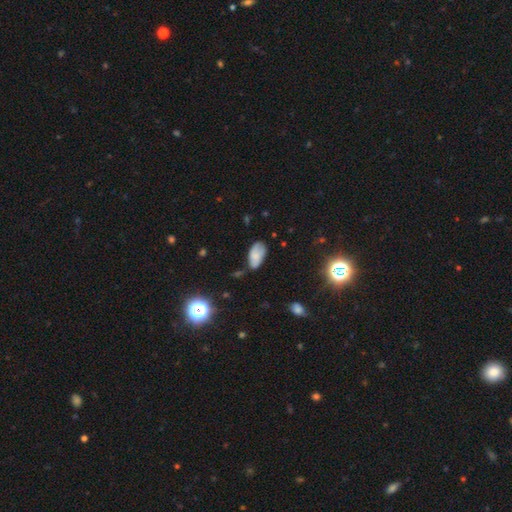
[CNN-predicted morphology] A smooth galaxy with no disk features (67%) that is in between round and cigar-shaped (93%). Merging: none (49%).